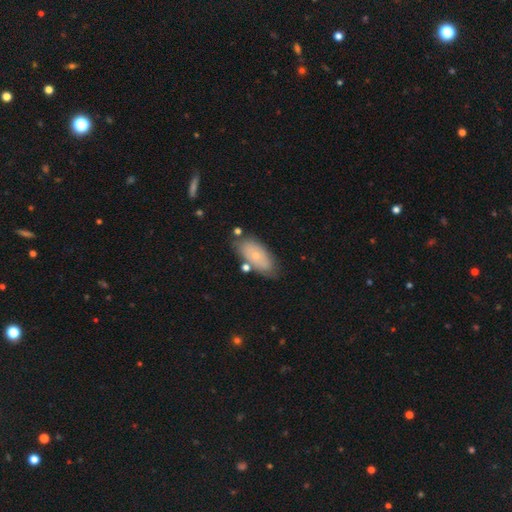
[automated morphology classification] This appears to be a smooth galaxy with no disk features (60%) that is in between round and cigar-shaped (89%). Merging: none (71%).